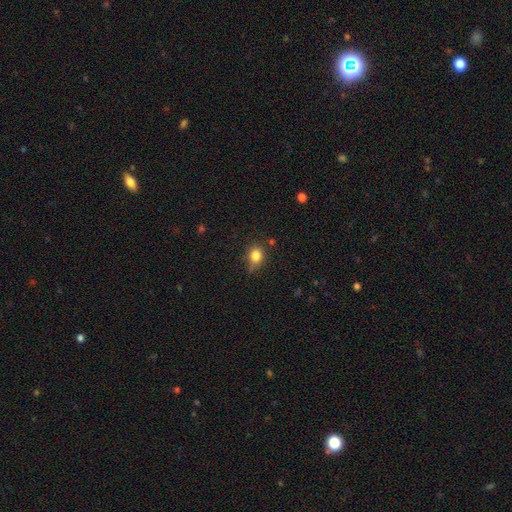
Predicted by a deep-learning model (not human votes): A smooth galaxy with no disk features (82%) that is round (53%).

Vote fractions:
- Smooth or featured? smooth: 82% / star or artifact: 11% / featured or disk: 7%
- How rounded? round: 53% / in between: 45% / cigar-shaped: 2%
- Merging? none: 59% / minor disturbance: 31% / major disturbance: 7% / merger: 3%